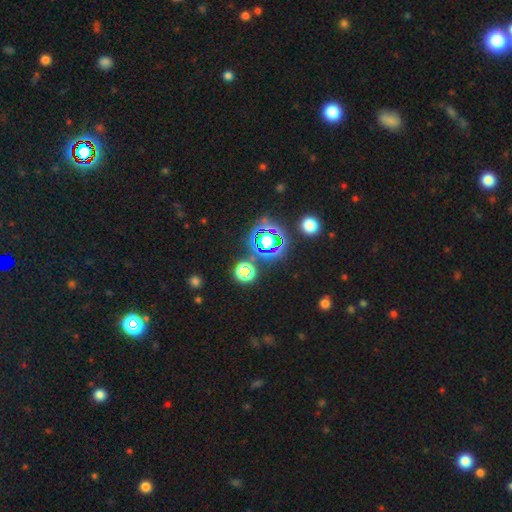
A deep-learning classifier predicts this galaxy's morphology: star or artifact 71%, smooth 21%, featured or disk 8%.